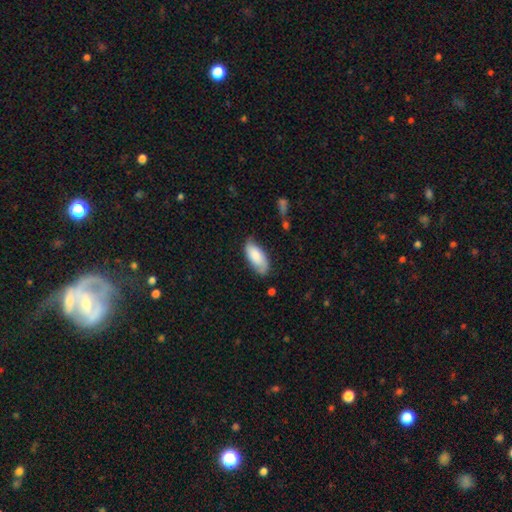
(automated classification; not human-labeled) This appears to be a smooth galaxy with no disk features (77%) that is in between round and cigar-shaped (89%). Merging: none (67%).